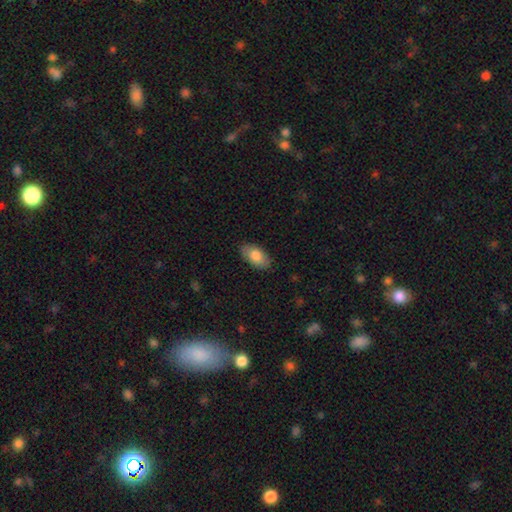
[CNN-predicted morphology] Smooth or featured? smooth (80%)
How rounded? in between (94%)
Merging? none (85%)